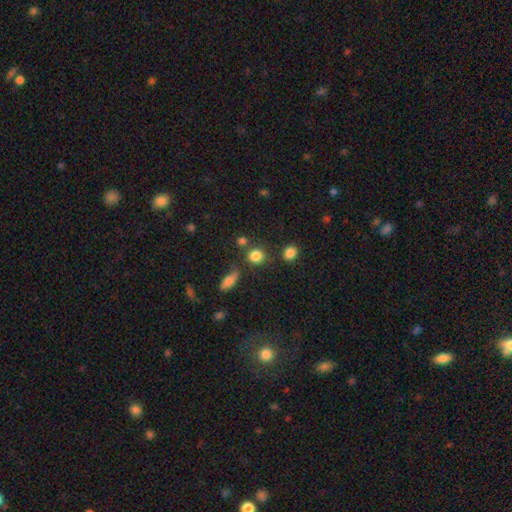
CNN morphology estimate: smooth-or-featured: smooth: 83% | star or artifact: 12% | featured or disk: 5%
  how-rounded: round: 79% | in between: 19% | cigar-shaped: 2%
  merging: none: 74% | minor disturbance: 12% | merger: 10% | major disturbance: 4%